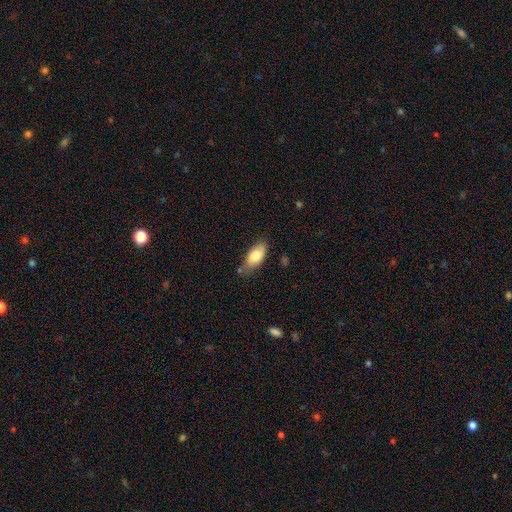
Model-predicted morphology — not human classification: A smooth galaxy with no disk features (78%) that is in between round and cigar-shaped (90%). Merging: none (72%).